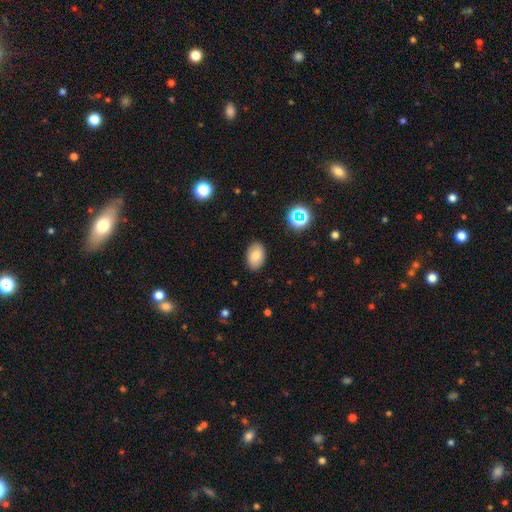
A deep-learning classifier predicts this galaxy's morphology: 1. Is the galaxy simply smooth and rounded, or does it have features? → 79% smooth, 11% featured or disk, 10% star or artifact.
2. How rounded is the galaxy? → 88% in between, 11% round, 1% cigar-shaped.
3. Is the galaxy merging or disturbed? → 87% none, 10% minor disturbance, 2% major disturbance, 1% merger.